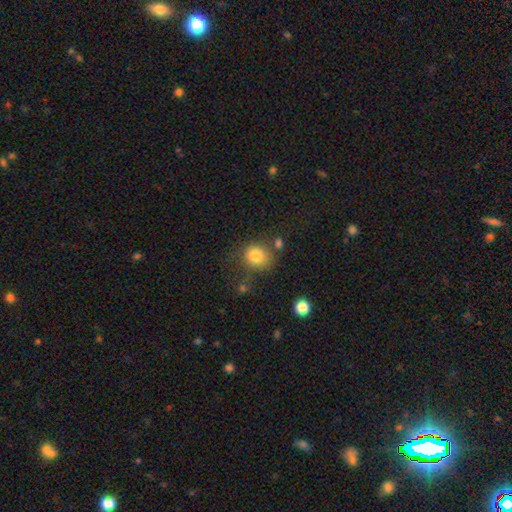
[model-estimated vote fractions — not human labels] Smooth or featured: smooth — 81% (star or artifact — 11%)
How rounded: round — 77% (in between — 22%)
Merging: none — 65% (minor disturbance — 18%)